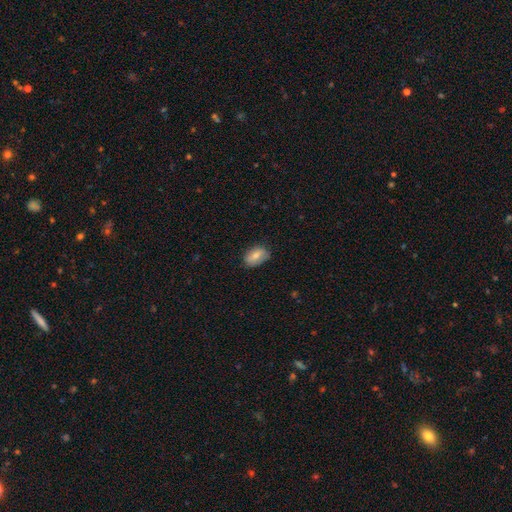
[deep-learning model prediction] A smooth galaxy with no disk features (72%) that is in between round and cigar-shaped (88%).

Vote fractions:
- Smooth or featured? smooth: 72% / featured or disk: 21% / star or artifact: 7%
- How rounded? in between: 88% / round: 11% / cigar-shaped: 2%
- Merging? none: 77% / minor disturbance: 19% / major disturbance: 3% / merger: 1%